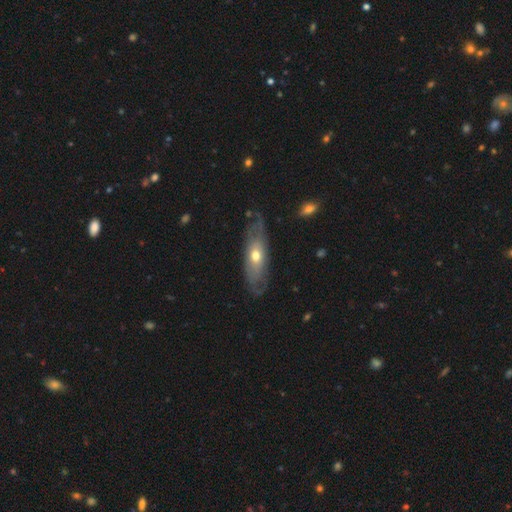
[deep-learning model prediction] featured or disk 61%, smooth 34%, star or artifact 5%. Down the decision tree: edge-on disk — no (74%); merging — none (68%).